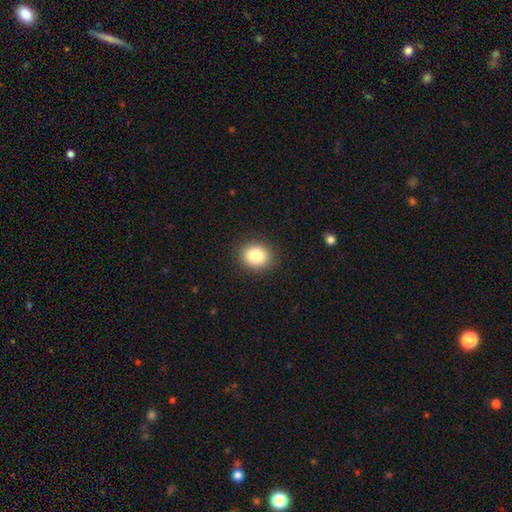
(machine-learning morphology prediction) The model was most divided on "how rounded": round: 67%, in between: 32%, cigar-shaped: 1%. More confident: merging — none (90%); smooth or featured — smooth (86%).